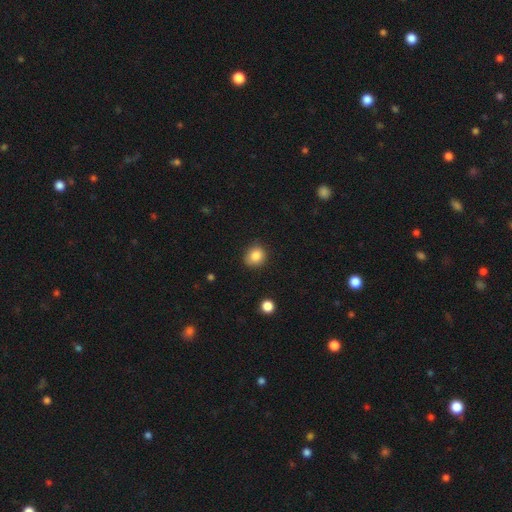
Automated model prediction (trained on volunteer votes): This appears to be a smooth galaxy with no disk features (85%) that is round (70%). Merging: none (80%).